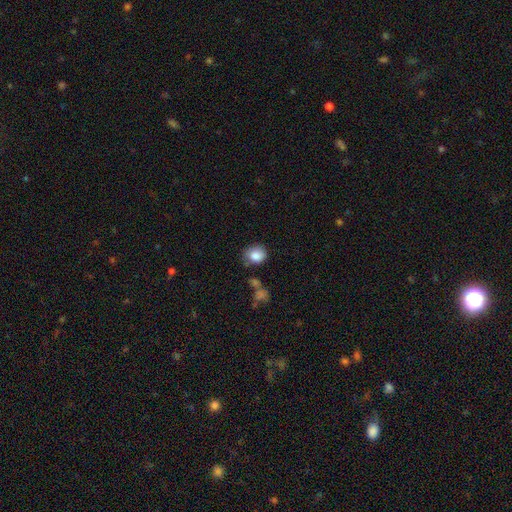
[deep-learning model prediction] The model was most divided on "how rounded": round: 64%, in between: 35%, cigar-shaped: 1%. More confident: smooth or featured — smooth (85%); merging — none (63%).